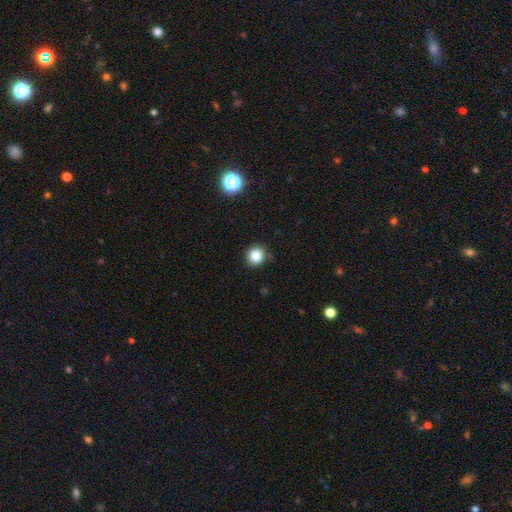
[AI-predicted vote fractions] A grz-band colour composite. It shows a smooth galaxy with no disk features (83%) that is round (89%). Merging: none (89%).